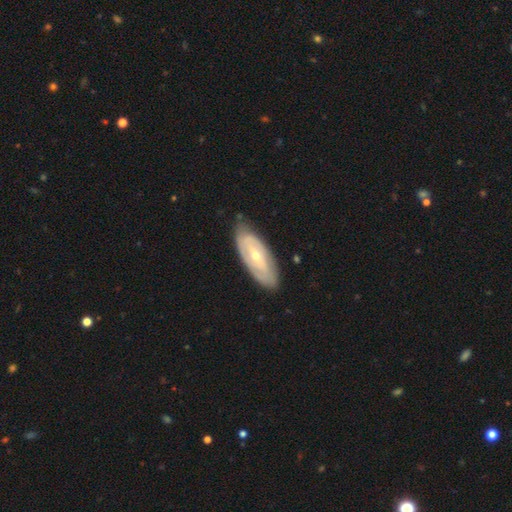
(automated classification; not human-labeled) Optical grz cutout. It shows a featured or disk galaxy (68%) with no bar (43%), spiral arms (69%) and a small central bulge (62%). Merging: none (76%).